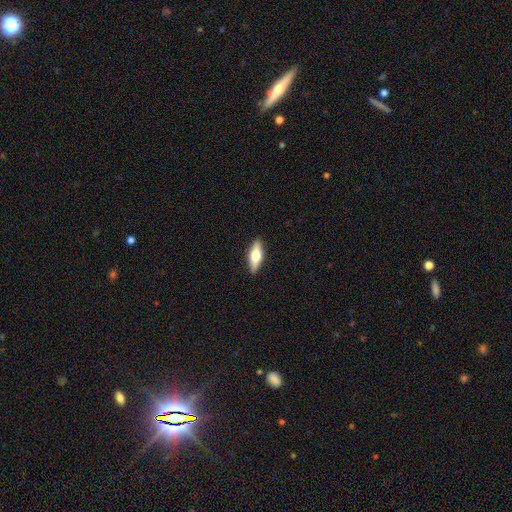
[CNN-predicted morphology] A smooth galaxy with no disk features (50%). Merging: none (90%).